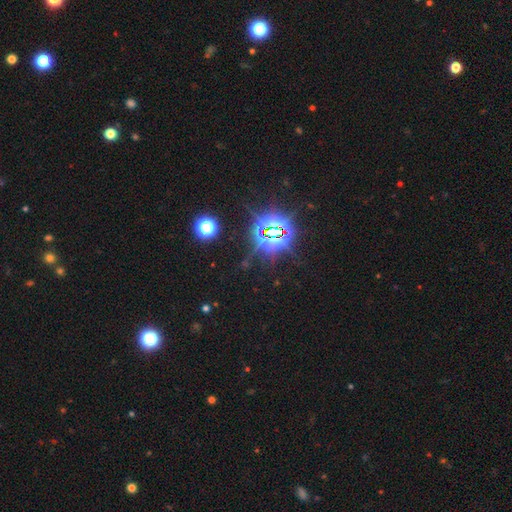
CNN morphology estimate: Smooth or featured? star or artifact (82%)